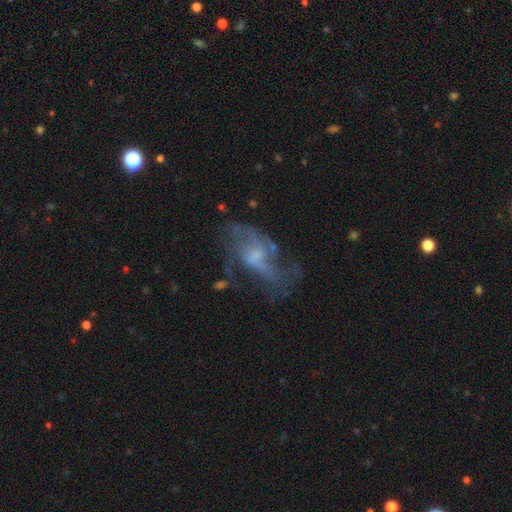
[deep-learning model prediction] The model was most divided on "bulge size": small: 42%, moderate: 31%, none: 22%, large: 4%, dominant: 1%. Remaining: edge-on disk — no (95%); smooth or featured — featured or disk (70%); spiral arms — yes (69%); bar — no (58%); merging — none (47%).